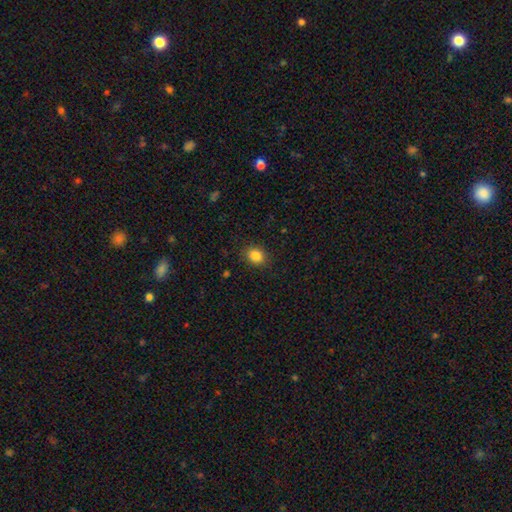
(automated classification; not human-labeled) Smooth or featured?
  - smooth: 84% *
  - star or artifact: 10%
  - featured or disk: 5%
How rounded?
  - round: 56% *
  - in between: 43%
  - cigar-shaped: 1%
Merging?
  - none: 88% *
  - minor disturbance: 9%
  - major disturbance: 3%
  - merger: 1%